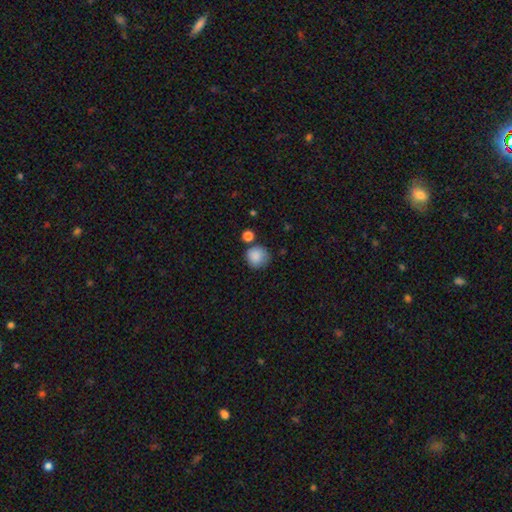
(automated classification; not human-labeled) A smooth galaxy with no disk features (87%) that is round (91%).

Vote fractions:
- Smooth or featured? smooth: 87% / star or artifact: 9% / featured or disk: 5%
- How rounded? round: 91% / in between: 8% / cigar-shaped: 1%
- Merging? none: 72% / minor disturbance: 16% / merger: 7% / major disturbance: 5%